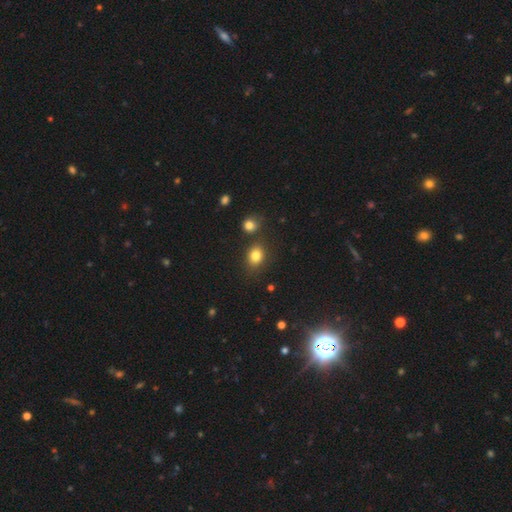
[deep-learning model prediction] This appears to be a smooth galaxy with no disk features (82%) that is in between round and cigar-shaped (53%). Merging: none (75%).